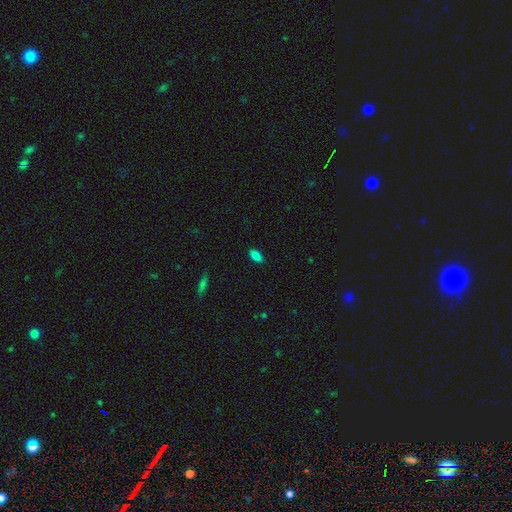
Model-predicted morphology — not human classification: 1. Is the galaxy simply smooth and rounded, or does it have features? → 84% smooth, 10% star or artifact, 6% featured or disk.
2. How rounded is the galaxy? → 90% in between, 6% cigar-shaped, 4% round.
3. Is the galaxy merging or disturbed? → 88% none, 9% minor disturbance, 2% major disturbance, 1% merger.